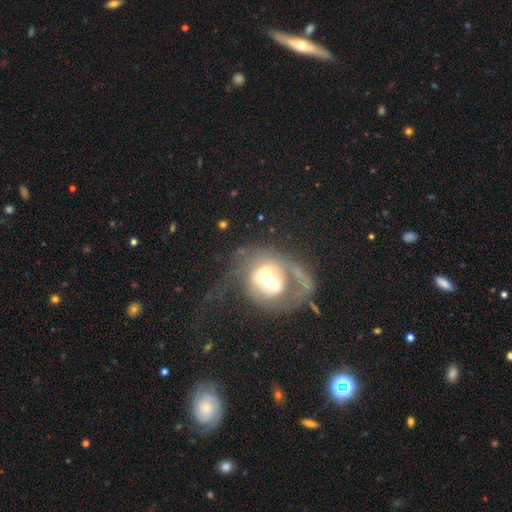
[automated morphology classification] Smooth or featured? Predicted: featured or disk (p=0.56). Edge-on disk? Predicted: no (p=0.91). Bar? Predicted: no (p=0.67). Spiral arms? Predicted: yes (p=0.54). Bulge size? Predicted: moderate (p=0.43). Merging? Predicted: major disturbance (p=0.37).